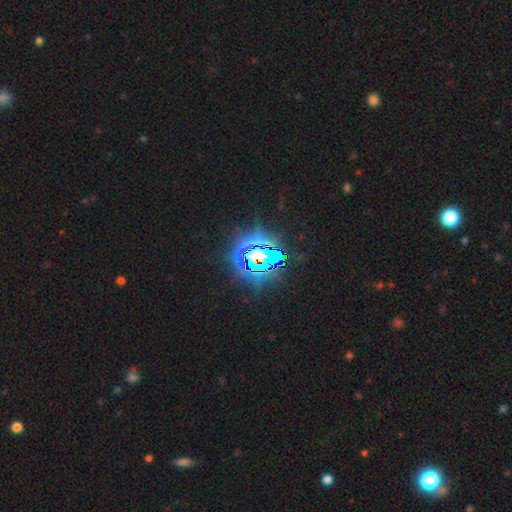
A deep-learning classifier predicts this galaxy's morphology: smooth-or-featured: star or artifact: 77% | smooth: 12% | featured or disk: 11%